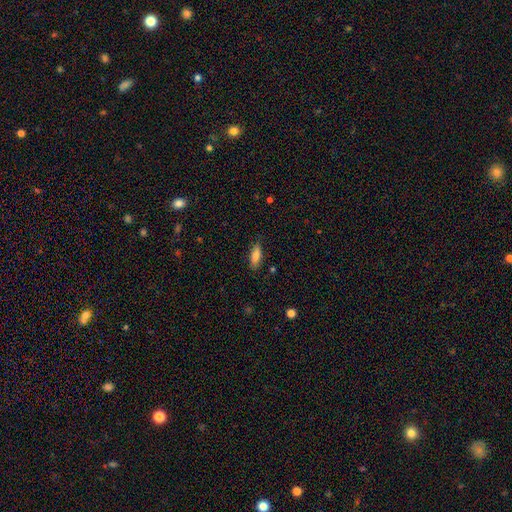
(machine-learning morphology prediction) This is clearly a smooth galaxy (81%). How rounded: likely in between (63%). Merging: clearly none (84%).